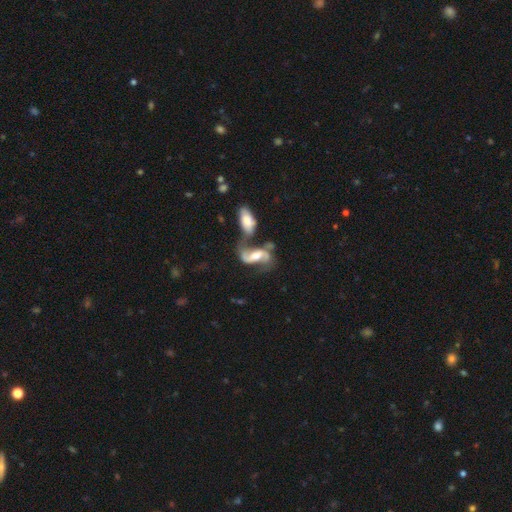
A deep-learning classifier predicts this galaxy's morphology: Overall: featured or disk (82%). Edge-on disk: no (95%). Bar: weak (44%; strong 28%). Spiral arms: yes (94%). Spiral arm count: 2 (90%). Spiral winding: loose (58%; medium 34%). Bulge size: moderate (48%; small 23%). Merging: merger (48%; none 29%).